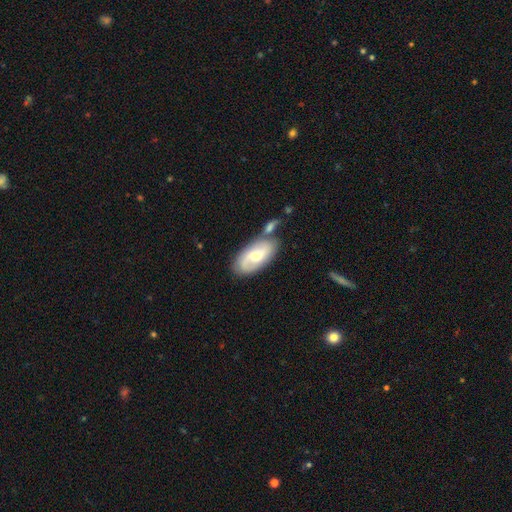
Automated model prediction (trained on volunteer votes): Smooth or featured? featured or disk (61%)
Edge-on disk? no (93%)
Bar? weak (48%)
Spiral arms? yes (89%)
Spiral winding? medium (44%)
Spiral arm count? 2 (77%)
Bulge size? moderate (57%)
Merging? none (56%)